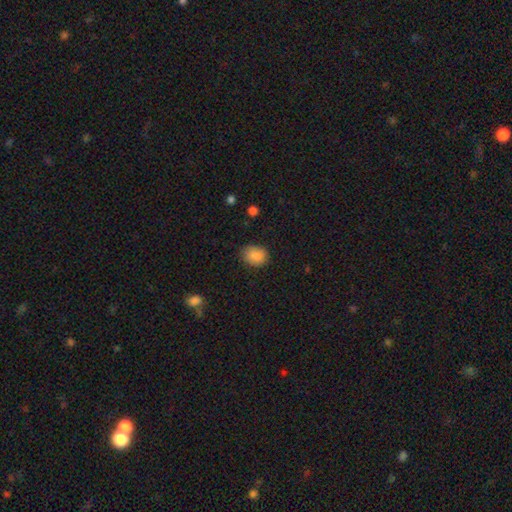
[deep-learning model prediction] Smooth or featured? Predicted: smooth (p=0.87). How rounded? Predicted: in between (p=0.57). Merging? Predicted: none (p=0.77).